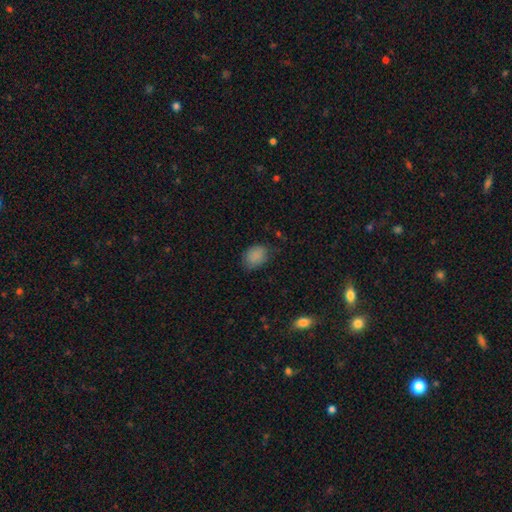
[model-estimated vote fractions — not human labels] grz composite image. It shows a smooth galaxy with no disk features (86%) that is in between round and cigar-shaped (70%). Merging: none (69%).